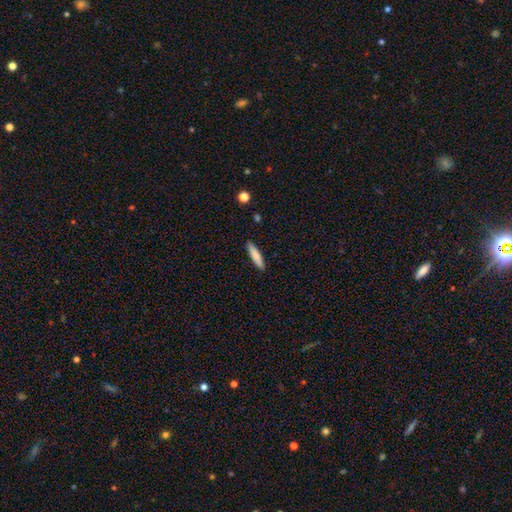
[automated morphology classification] Overall: smooth (81%). How rounded: cigar-shaped (83%). Merging: none (90%).